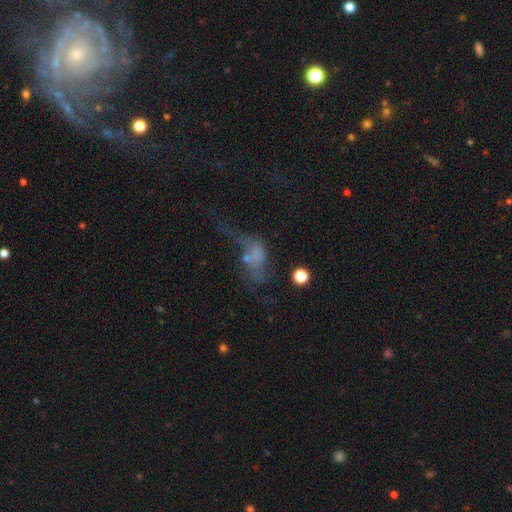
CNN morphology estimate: smooth-or-featured: featured or disk: 42% | smooth: 37% | star or artifact: 21%
  merging: major disturbance: 46% | none: 21% | merger: 19% | minor disturbance: 14%